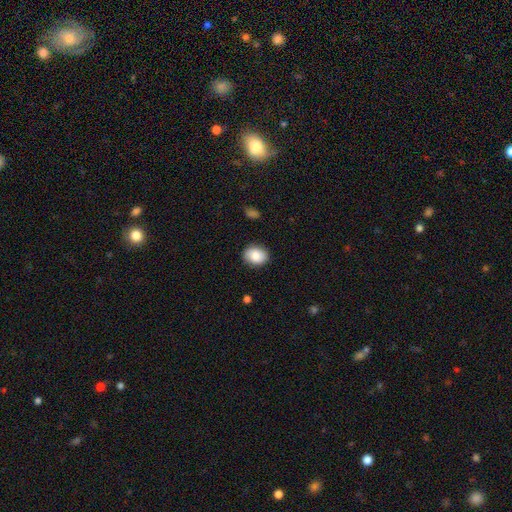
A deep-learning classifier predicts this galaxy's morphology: A smooth galaxy with no disk features (83%) that is round (53%). Merging: none (83%).